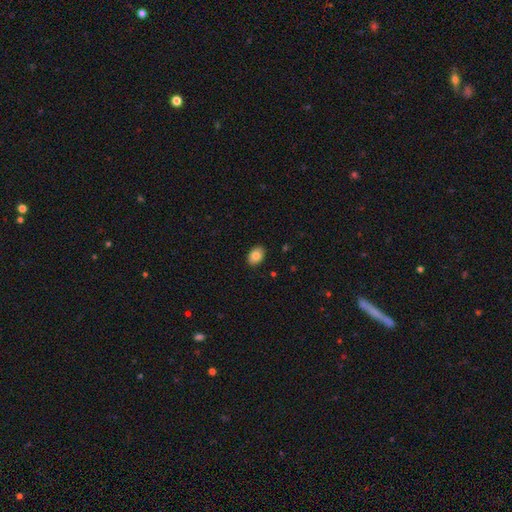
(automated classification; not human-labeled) Smooth or featured? Predicted: smooth (p=0.84). How rounded? Predicted: in between (p=0.81). Merging? Predicted: none (p=0.89).